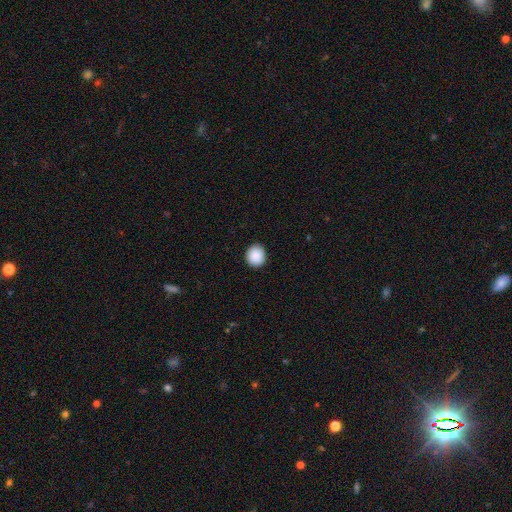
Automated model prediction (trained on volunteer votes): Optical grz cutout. It shows a smooth galaxy with no disk features (89%) that is round (88%). Merging: none (91%).